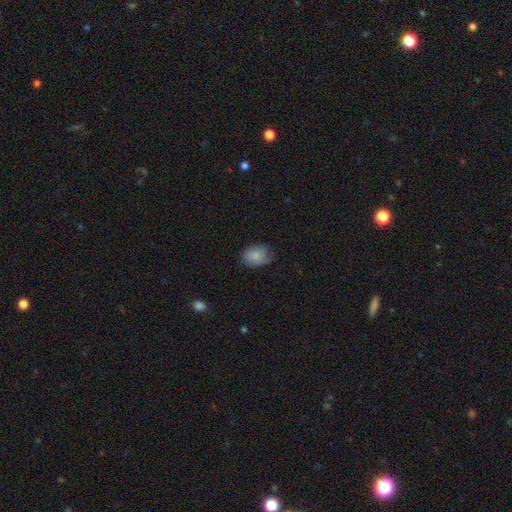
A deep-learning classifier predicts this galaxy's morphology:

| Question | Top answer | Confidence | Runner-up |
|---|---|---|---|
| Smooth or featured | smooth | 82% | featured or disk (11%) |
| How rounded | in between | 66% | round (33%) |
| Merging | none | 64% | minor disturbance (29%) |